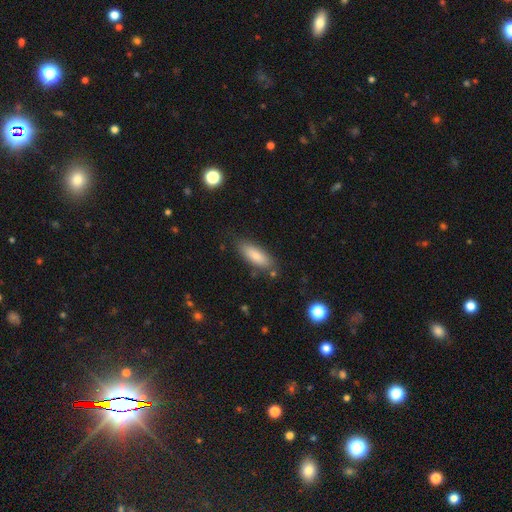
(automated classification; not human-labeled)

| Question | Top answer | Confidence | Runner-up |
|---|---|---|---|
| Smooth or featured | smooth | 80% | featured or disk (13%) |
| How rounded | in between | 64% | cigar-shaped (34%) |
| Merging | none | 79% | minor disturbance (15%) |